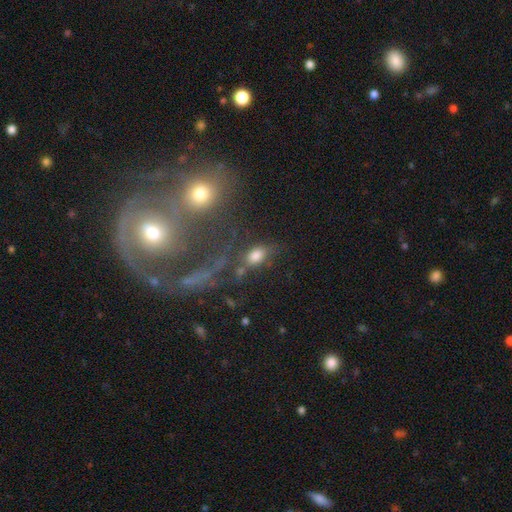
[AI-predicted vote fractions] smooth 74%, featured or disk 13%, star or artifact 13%. Down the decision tree: how rounded — in between (83%); merging — none (60%).